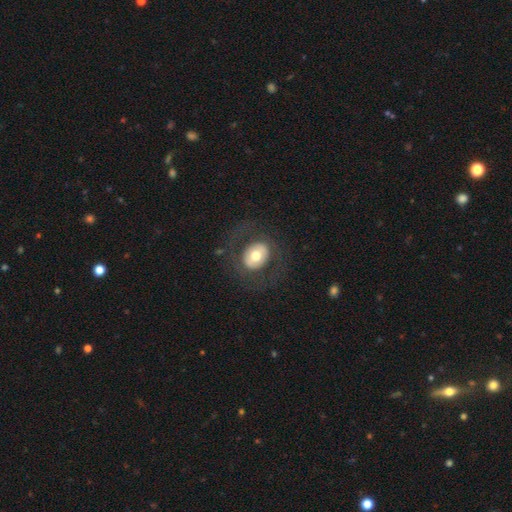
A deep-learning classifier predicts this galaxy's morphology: The model was most divided on "smooth or featured": smooth: 53%, featured or disk: 39%, star or artifact: 7%. More confident: merging — none (75%); how rounded — round (58%).